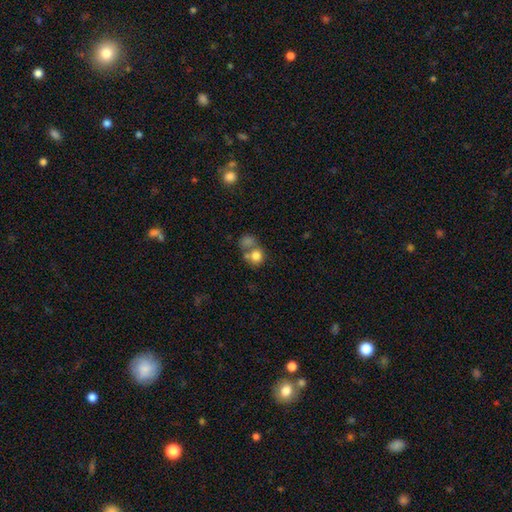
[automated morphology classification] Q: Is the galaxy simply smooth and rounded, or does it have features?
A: smooth — 76%.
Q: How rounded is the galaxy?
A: round — 76%.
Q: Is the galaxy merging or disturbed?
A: merger — 51%.